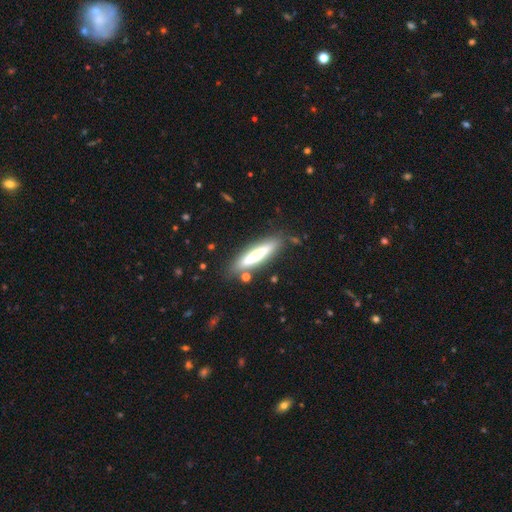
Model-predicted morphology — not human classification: smooth 55%, featured or disk 39%, star or artifact 6%. Down the decision tree: how rounded — cigar-shaped (83%); merging — none (82%).